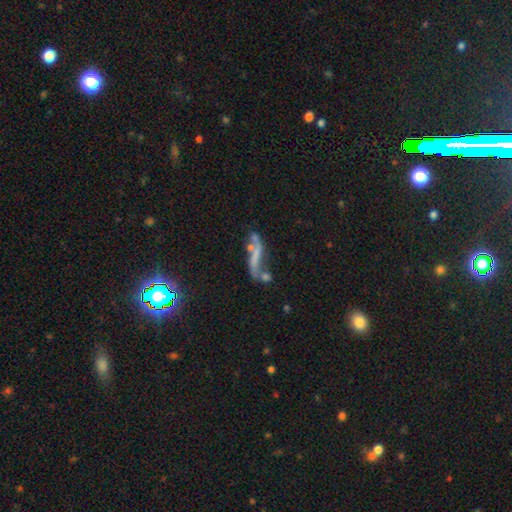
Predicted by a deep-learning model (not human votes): Smooth or featured?
  - featured or disk: 55% *
  - smooth: 29%
  - star or artifact: 16%
Edge-on disk?
  - no: 72% *
  - yes: 28%
Merging?
  - none: 34% *
  - merger: 28%
  - major disturbance: 19%
  - minor disturbance: 19%